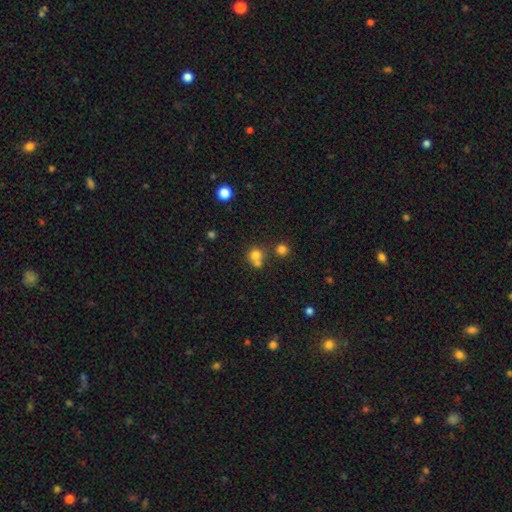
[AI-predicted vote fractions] Smooth or featured? smooth (75%)
How rounded? round (87%)
Merging? none (51%)